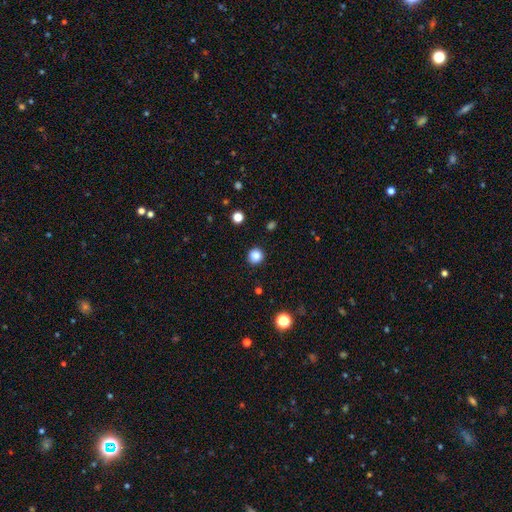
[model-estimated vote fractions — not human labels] Q: Smooth or featured?
A: smooth (86%); runner-up: star or artifact (11%)
Q: How rounded?
A: round (93%); runner-up: in between (6%)
Q: Merging?
A: none (91%); runner-up: minor disturbance (6%)